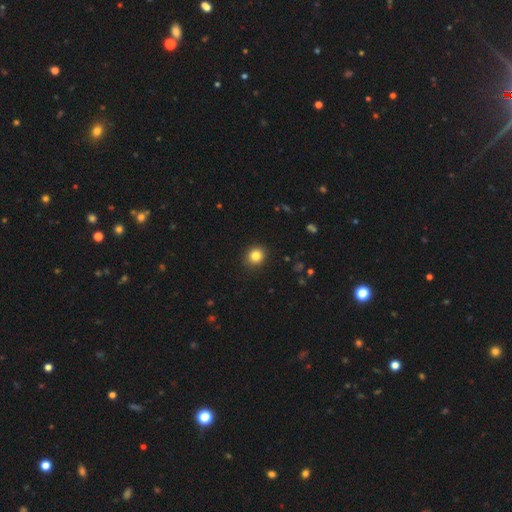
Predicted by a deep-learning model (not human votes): A smooth galaxy with no disk features (84%) that is round (83%).

Vote fractions:
- Smooth or featured? smooth: 84% / star or artifact: 11% / featured or disk: 5%
- How rounded? round: 83% / in between: 16% / cigar-shaped: 1%
- Merging? none: 91% / minor disturbance: 6% / major disturbance: 2% / merger: 1%